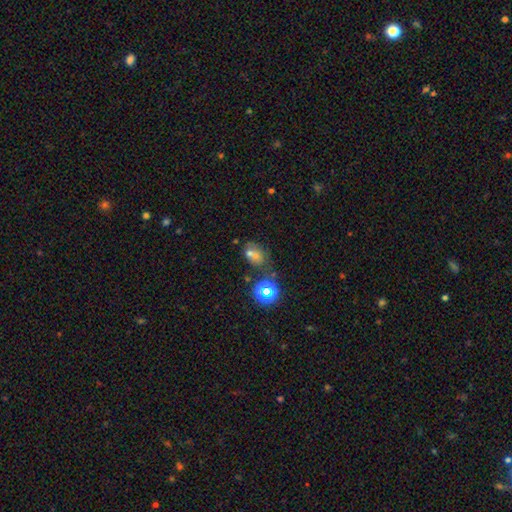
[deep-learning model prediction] A smooth galaxy with no disk features (52%) that is in between round and cigar-shaped (54%). Merging: none (48%).